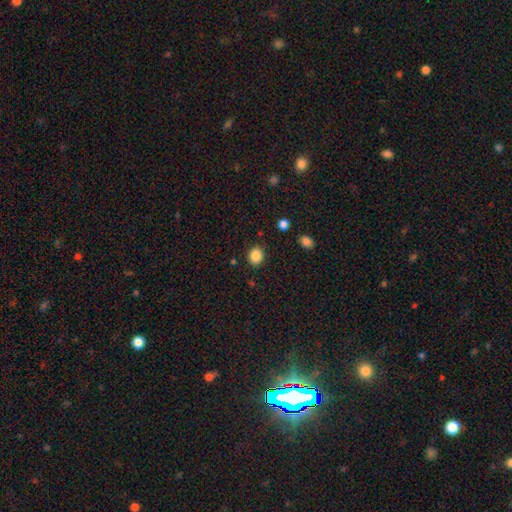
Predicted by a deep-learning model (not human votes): A smooth galaxy with no disk features (86%) that is round (68%). Merging: none (87%).